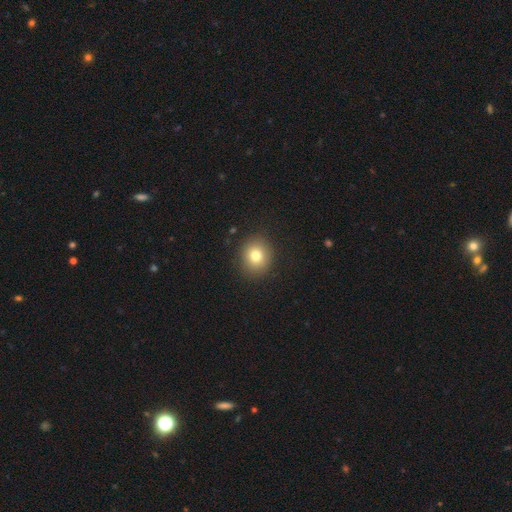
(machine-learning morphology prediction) Smooth or featured? Predicted: smooth (p=0.78). How rounded? Predicted: round (p=0.81). Merging? Predicted: none (p=0.89).